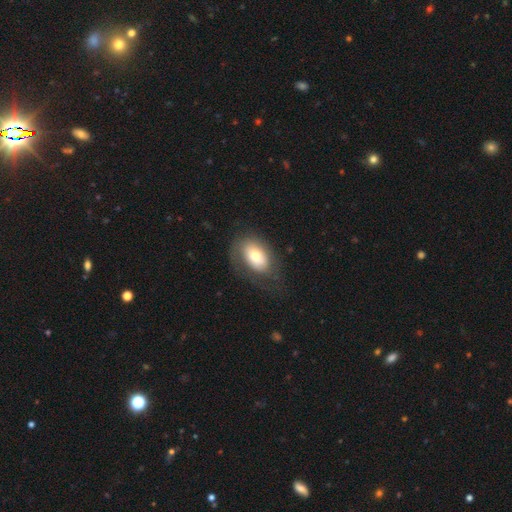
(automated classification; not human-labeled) Morphology: type=smooth (63%); roundness=in between (82%); merging=none (60%).